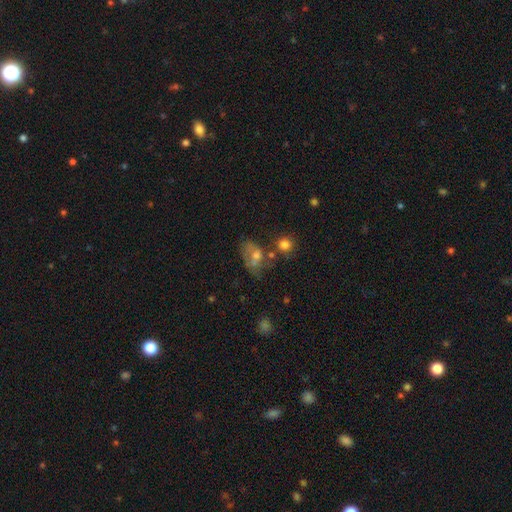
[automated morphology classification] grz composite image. It shows a smooth galaxy with no disk features (42%). Merging: none (37%).